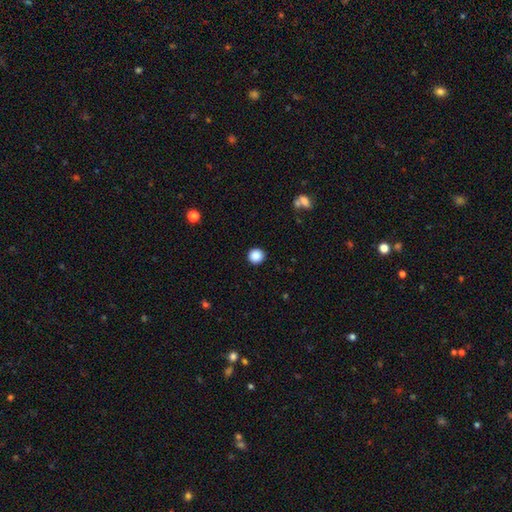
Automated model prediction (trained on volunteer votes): Morphology: type=smooth (88%); roundness=round (94%); merging=none (93%).